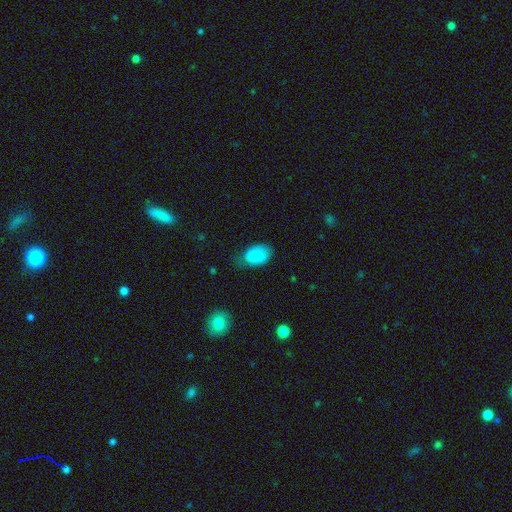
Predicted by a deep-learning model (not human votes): smooth 83%, featured or disk 10%, star or artifact 7%. Down the decision tree: how rounded — in between (87%); merging — none (59%).